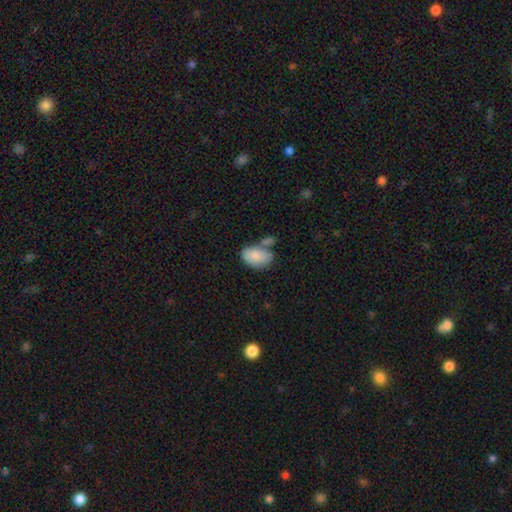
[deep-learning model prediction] This is clearly a smooth galaxy (83%). How rounded: clearly in between (90%). Merging: marginally none (44%).